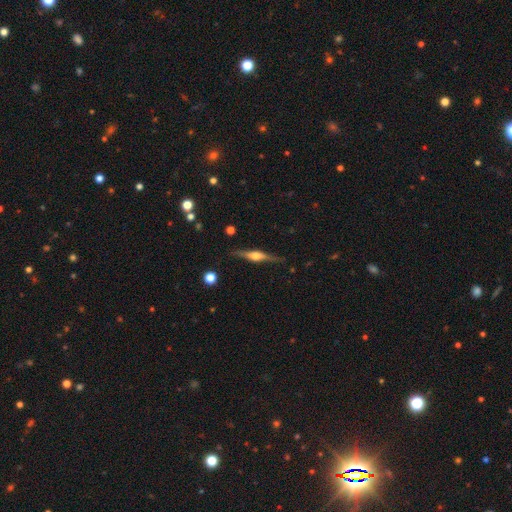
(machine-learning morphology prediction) Smooth or featured?
  - featured or disk: 78% *
  - smooth: 17%
  - star or artifact: 6%
Edge-on disk?
  - yes: 97% *
  - no: 3%
Edge-on bulge?
  - rounded: 89% *
  - boxy: 8%
  - none: 3%
Merging?
  - none: 86% *
  - minor disturbance: 10%
  - major disturbance: 2%
  - merger: 1%